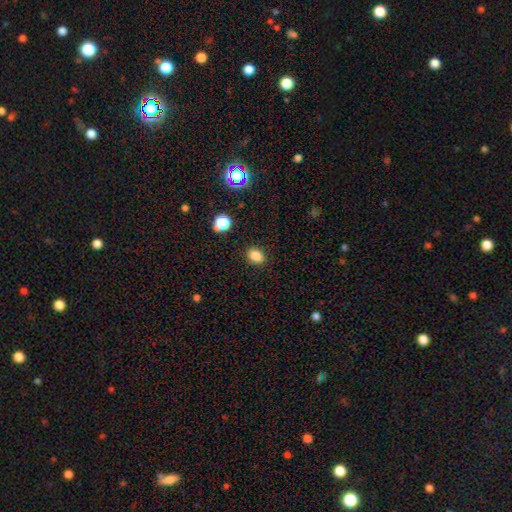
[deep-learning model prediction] This appears to be a smooth galaxy with no disk features (84%) that is in between round and cigar-shaped (53%). Merging: none (87%).